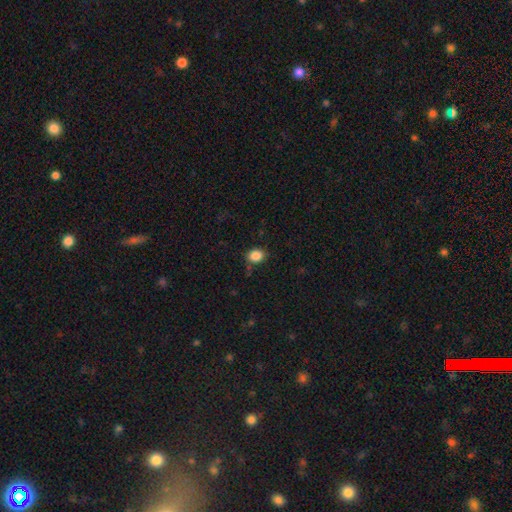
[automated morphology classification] Smooth or featured? Predicted: smooth (p=0.86). How rounded? Predicted: in between (p=0.53). Merging? Predicted: none (p=0.78).